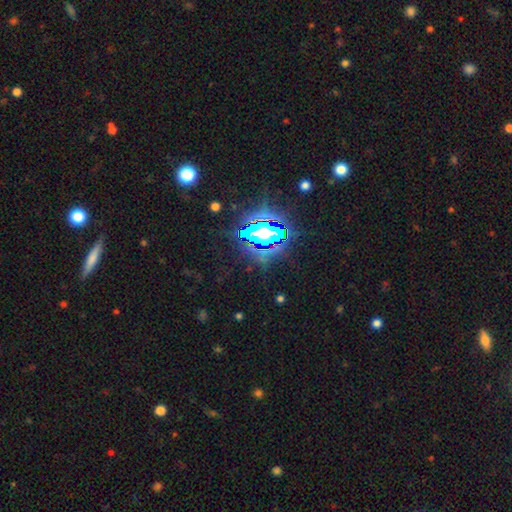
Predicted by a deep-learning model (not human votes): smooth-or-featured: star or artifact: 82% | smooth: 11% | featured or disk: 7%